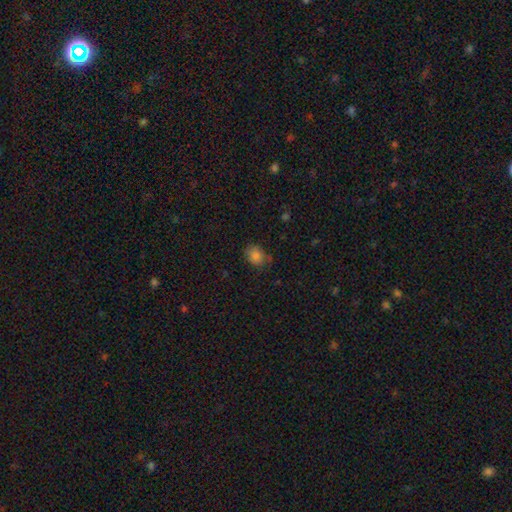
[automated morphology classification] smooth-or-featured: smooth: 83% | star or artifact: 11% | featured or disk: 6%
  how-rounded: in between: 52% | round: 47% | cigar-shaped: 1%
  merging: none: 68% | minor disturbance: 24% | major disturbance: 6% | merger: 2%